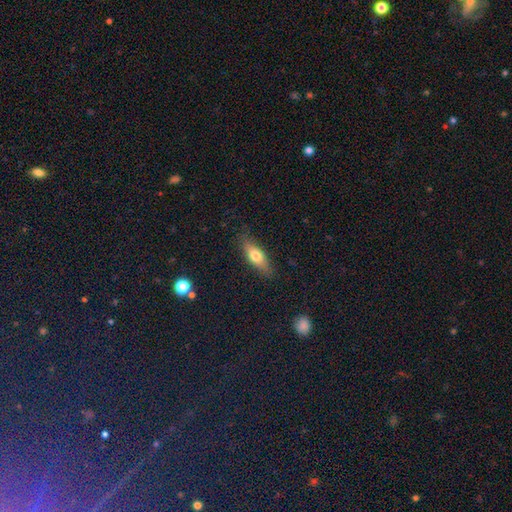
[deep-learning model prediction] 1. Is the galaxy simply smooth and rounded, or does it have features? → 66% smooth, 27% featured or disk, 7% star or artifact.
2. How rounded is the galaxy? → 56% in between, 41% cigar-shaped, 3% round.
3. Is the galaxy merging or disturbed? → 83% none, 13% minor disturbance, 3% major disturbance, 1% merger.